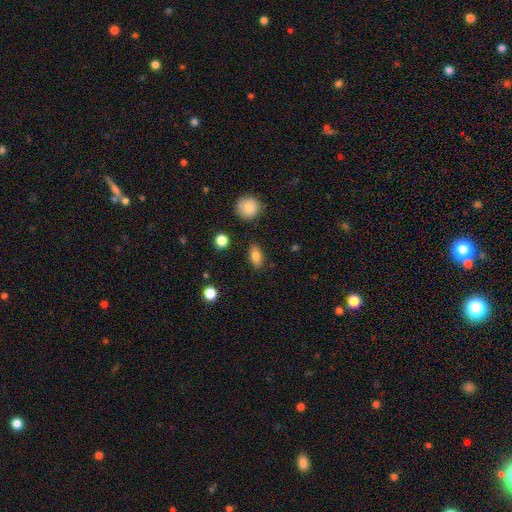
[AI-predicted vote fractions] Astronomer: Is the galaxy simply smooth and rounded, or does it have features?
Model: smooth — 80%.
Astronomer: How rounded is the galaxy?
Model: in between — 81%.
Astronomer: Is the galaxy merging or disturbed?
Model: none — 86%.